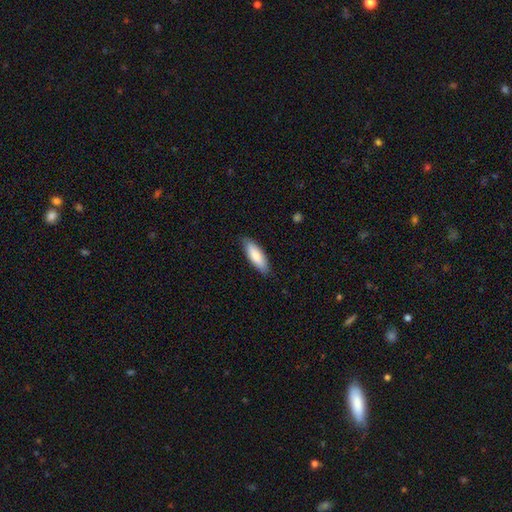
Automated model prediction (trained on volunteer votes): Smooth or featured: smooth — 83% (featured or disk — 12%)
How rounded: in between — 57% (cigar-shaped — 42%)
Merging: none — 86% (minor disturbance — 11%)